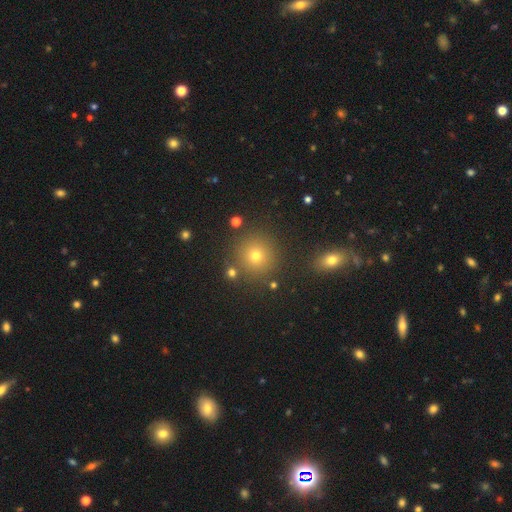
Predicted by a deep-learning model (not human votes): Smooth or featured? Predicted: smooth (p=0.72). How rounded? Predicted: round (p=0.93). Merging? Predicted: none (p=0.86).